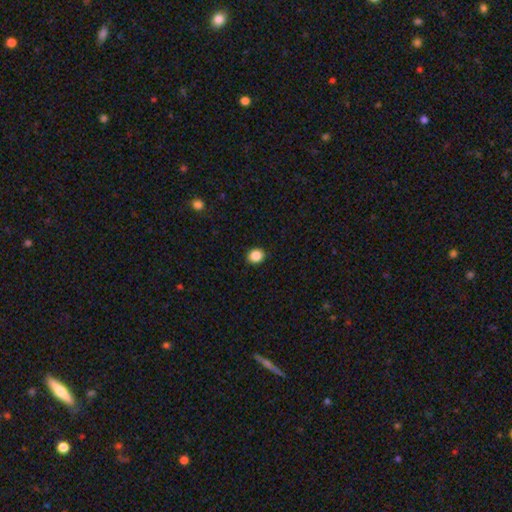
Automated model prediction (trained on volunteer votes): This is clearly a smooth galaxy (87%). How rounded: likely round (76%). Merging: clearly none (92%).